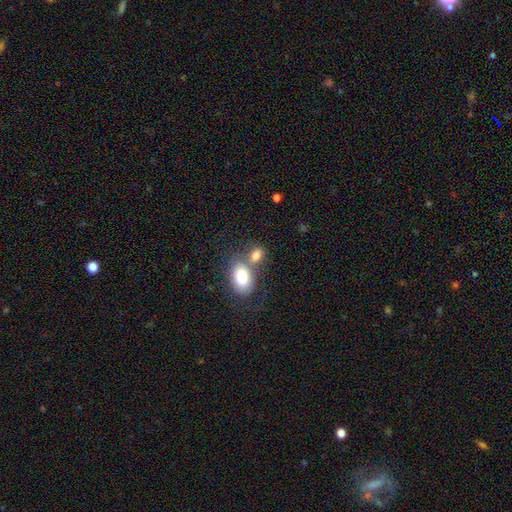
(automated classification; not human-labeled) Smooth or featured?
  - smooth: 83% *
  - featured or disk: 9%
  - star or artifact: 8%
How rounded?
  - in between: 83% *
  - round: 15%
  - cigar-shaped: 2%
Merging?
  - merger: 45% *
  - none: 38%
  - minor disturbance: 11%
  - major disturbance: 5%